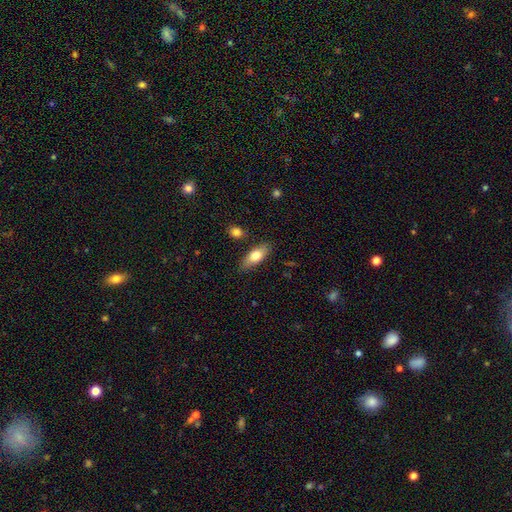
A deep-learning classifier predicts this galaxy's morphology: smooth-or-featured: smooth: 75% | featured or disk: 19% | star or artifact: 6%
  how-rounded: in between: 77% | cigar-shaped: 20% | round: 3%
  merging: none: 83% | minor disturbance: 12% | merger: 3% | major disturbance: 3%